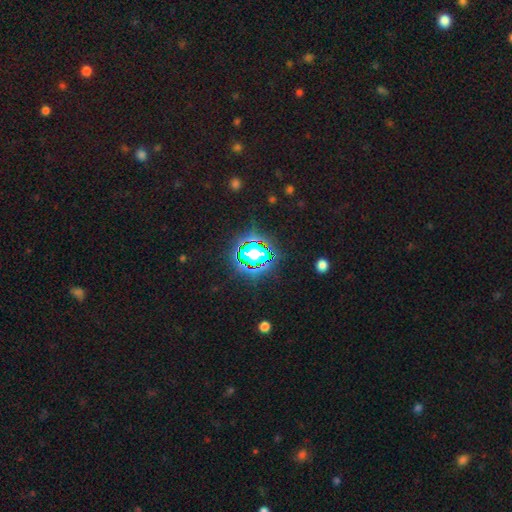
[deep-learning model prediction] Smooth or featured? star or artifact (79%)